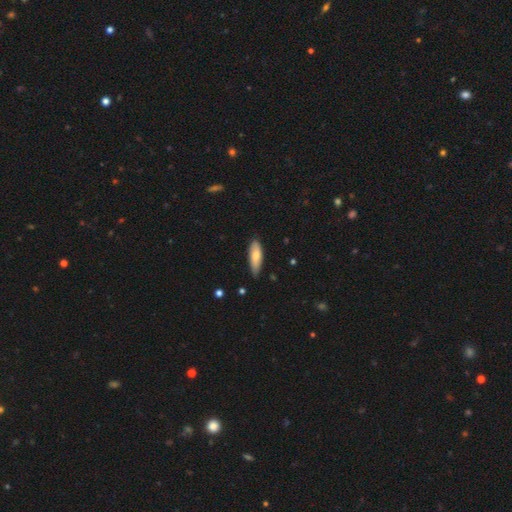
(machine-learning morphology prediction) Smooth or featured: smooth — 73% (featured or disk — 21%)
How rounded: in between — 54% (cigar-shaped — 44%)
Merging: none — 79% (minor disturbance — 17%)